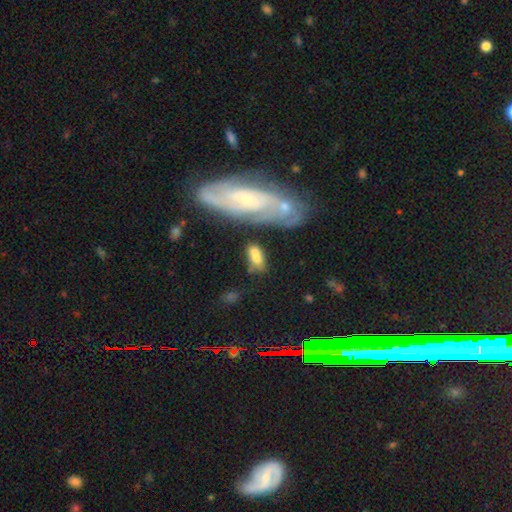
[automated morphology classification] smooth-or-featured: smooth: 61% | featured or disk: 31% | star or artifact: 8%
  how-rounded: in between: 82% | cigar-shaped: 12% | round: 6%
  merging: none: 44% | merger: 27% | minor disturbance: 20% | major disturbance: 10%